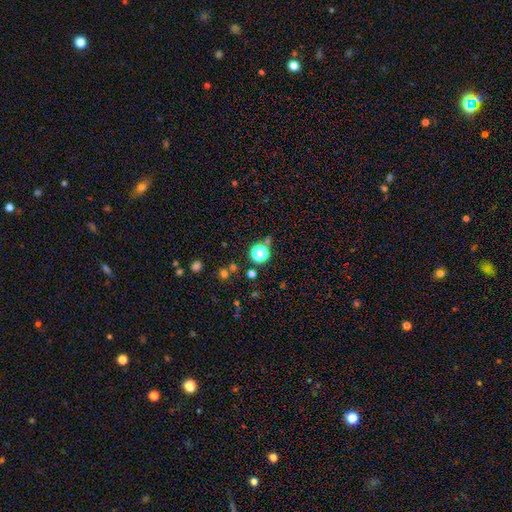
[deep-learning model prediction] A star or artifact, not a galaxy (56%).